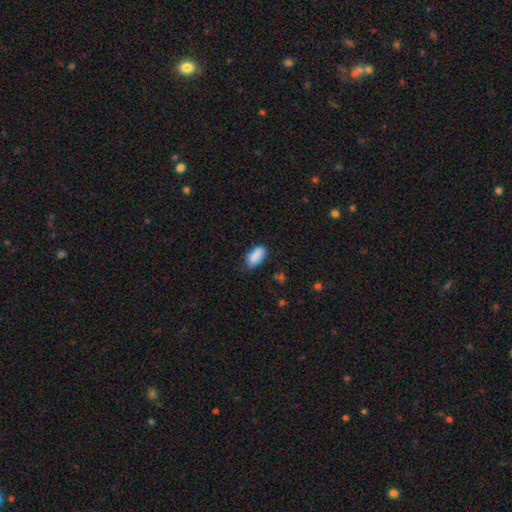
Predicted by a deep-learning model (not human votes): Morphology: type=smooth (88%); roundness=in between (89%); merging=none (69%).